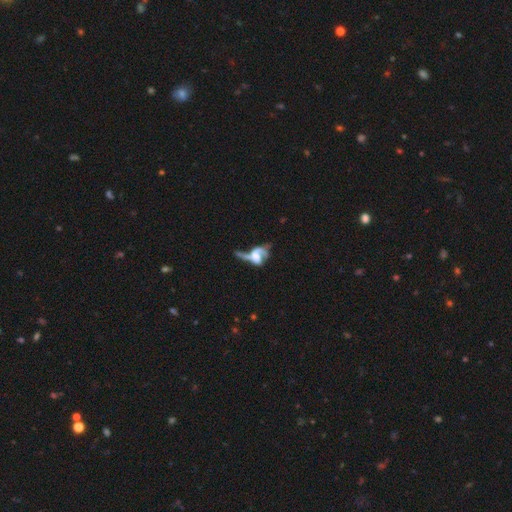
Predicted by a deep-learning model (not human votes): smooth-or-featured: featured or disk: 70% | smooth: 20% | star or artifact: 10%
  disk-edge-on: no: 92% | yes: 8%
    bar: no: 58% | weak: 29% | strong: 13%
    has-spiral-arms: yes: 74% | no: 26%
    bulge-size: moderate: 30% | none: 24% | large: 21% | small: 21% | dominant: 4%
  merging: major disturbance: 37% | merger: 30% | none: 21% | minor disturbance: 12%